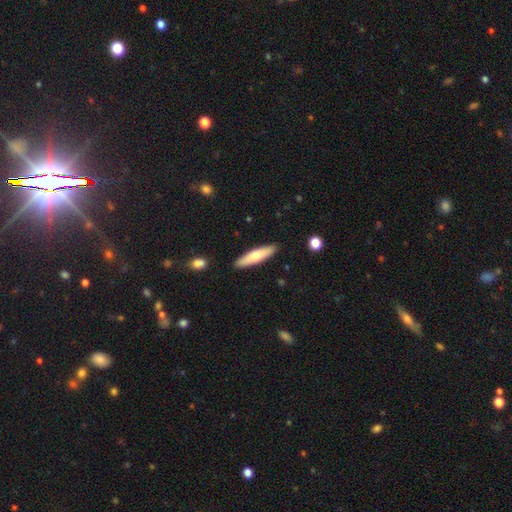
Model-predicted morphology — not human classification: This appears to be a smooth galaxy with no disk features (68%) that is cigar-shaped (77%). Merging: none (89%).